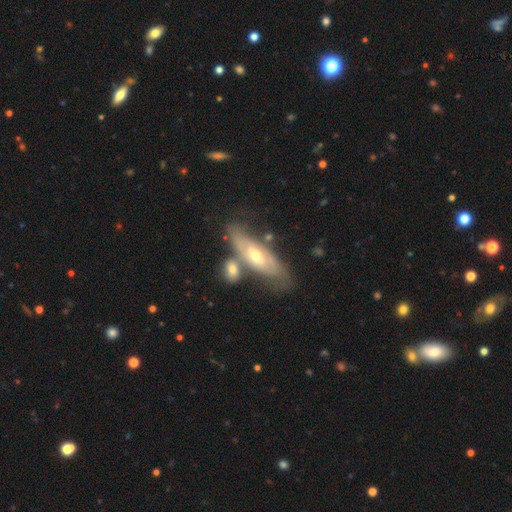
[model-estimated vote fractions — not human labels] smooth-or-featured: featured or disk: 63% | smooth: 31% | star or artifact: 6%
  disk-edge-on: no: 70% | yes: 30%
  merging: none: 51% | merger: 25% | minor disturbance: 17% | major disturbance: 7%